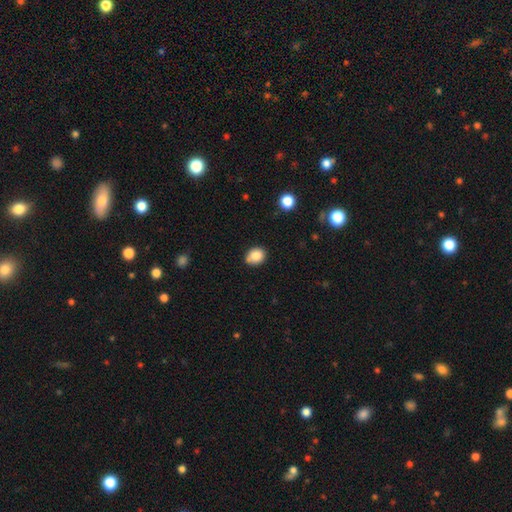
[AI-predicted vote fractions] smooth 84%, star or artifact 10%, featured or disk 6%. Down the decision tree: how rounded — round (61%); merging — none (71%).